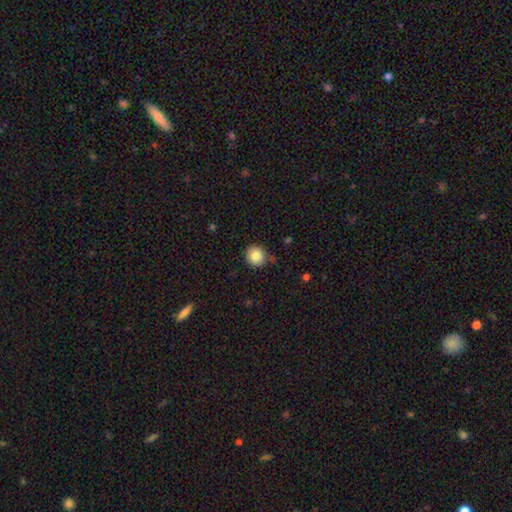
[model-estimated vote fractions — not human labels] A smooth galaxy with no disk features (82%) that is round (92%).

Vote fractions:
- Smooth or featured? smooth: 82% / star or artifact: 10% / featured or disk: 8%
- How rounded? round: 92% / in between: 7% / cigar-shaped: 1%
- Merging? none: 84% / minor disturbance: 12% / major disturbance: 3% / merger: 2%